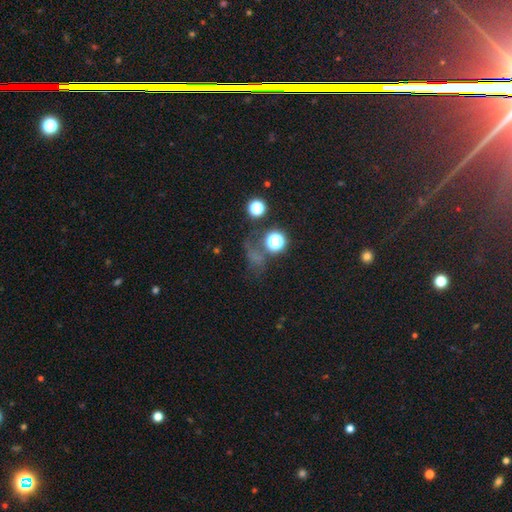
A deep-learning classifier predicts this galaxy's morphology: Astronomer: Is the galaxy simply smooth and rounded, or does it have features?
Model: star or artifact — 48% (runner-up: smooth, 40%).